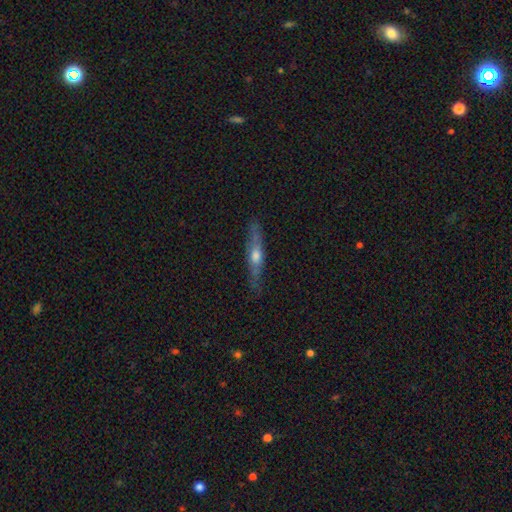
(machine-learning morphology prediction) Smooth or featured? Predicted: featured or disk (p=0.68). Edge-on disk? Predicted: yes (p=0.91). Edge-on bulge? Predicted: rounded (p=0.88). Merging? Predicted: none (p=0.84).